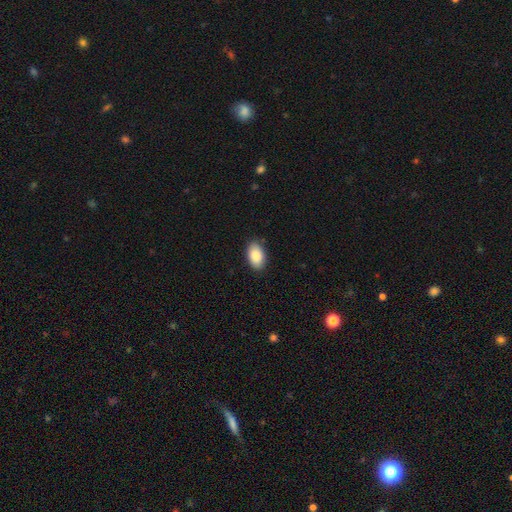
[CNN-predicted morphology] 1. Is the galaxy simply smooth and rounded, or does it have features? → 89% smooth, 6% star or artifact, 4% featured or disk.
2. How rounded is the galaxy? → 93% in between, 6% round, 1% cigar-shaped.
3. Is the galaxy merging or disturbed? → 87% none, 10% minor disturbance, 2% major disturbance, 1% merger.